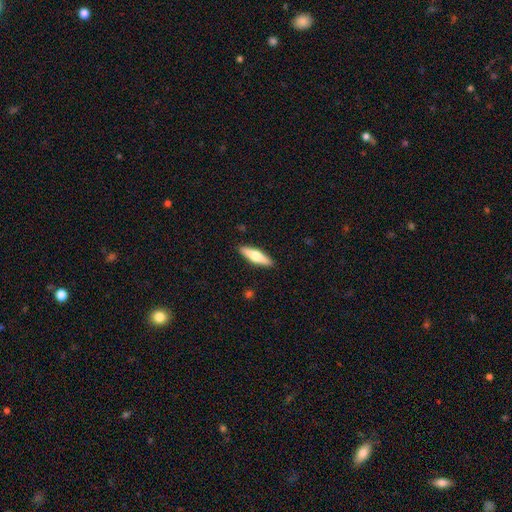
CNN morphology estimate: smooth-or-featured: smooth: 54% | featured or disk: 41% | star or artifact: 5%
  how-rounded: cigar-shaped: 66% | in between: 32% | round: 2%
  merging: none: 90% | minor disturbance: 8% | major disturbance: 2% | merger: 1%